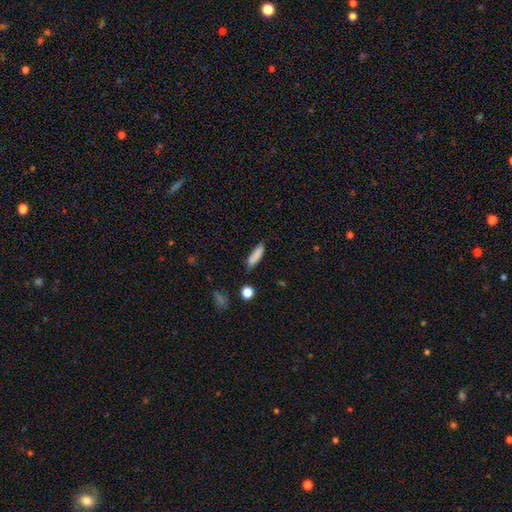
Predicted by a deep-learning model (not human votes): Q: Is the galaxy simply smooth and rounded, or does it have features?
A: smooth — 84%.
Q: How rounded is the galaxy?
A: cigar-shaped — 61%.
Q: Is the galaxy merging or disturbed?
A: none — 73%.